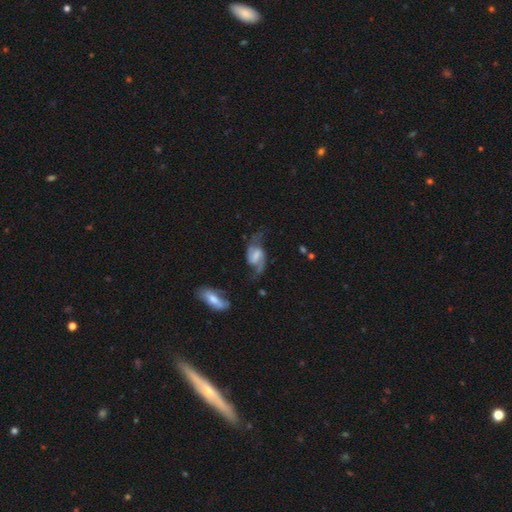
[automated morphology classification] type=featured or disk (84%); edge-on=no (96%); bar=weak (52%); spiral arms=yes (95%); winding=loose (57%); arm count=2 (90%); bulge=none (31%); merging=none (60%).